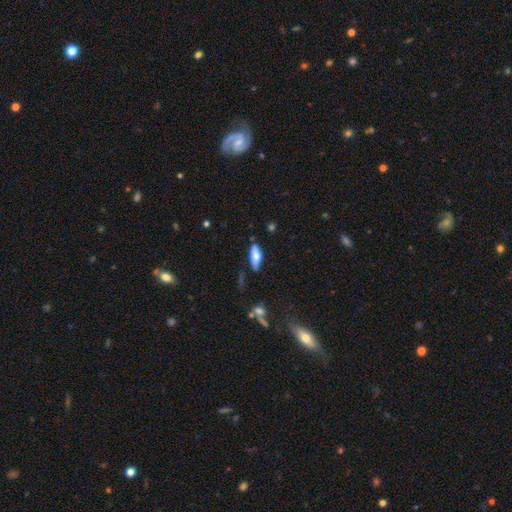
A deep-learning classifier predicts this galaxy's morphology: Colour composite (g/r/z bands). It shows a smooth galaxy with no disk features (69%) that is in between round and cigar-shaped (68%). Merging: none (70%).